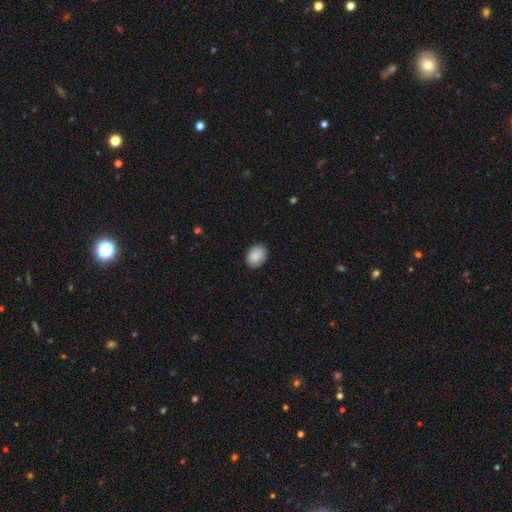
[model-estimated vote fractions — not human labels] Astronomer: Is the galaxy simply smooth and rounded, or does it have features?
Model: smooth — 89%.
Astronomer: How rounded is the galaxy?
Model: in between — 65%.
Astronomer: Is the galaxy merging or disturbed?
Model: none — 88%.